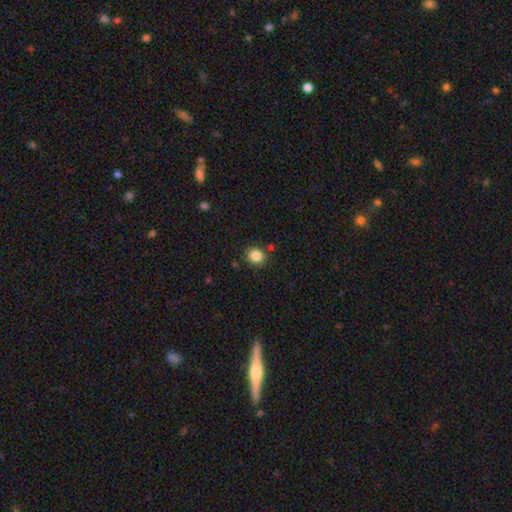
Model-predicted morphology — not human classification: Smooth or featured? Predicted: smooth (p=0.85). How rounded? Predicted: round (p=0.77). Merging? Predicted: none (p=0.86).